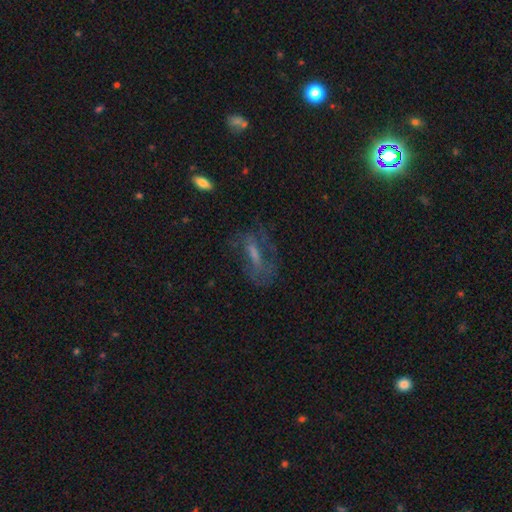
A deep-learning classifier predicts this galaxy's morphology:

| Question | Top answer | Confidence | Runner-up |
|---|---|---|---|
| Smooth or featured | featured or disk | 50% | star or artifact (27%) |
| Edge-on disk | no | 84% | yes (16%) |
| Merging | none | 62% | minor disturbance (18%) |